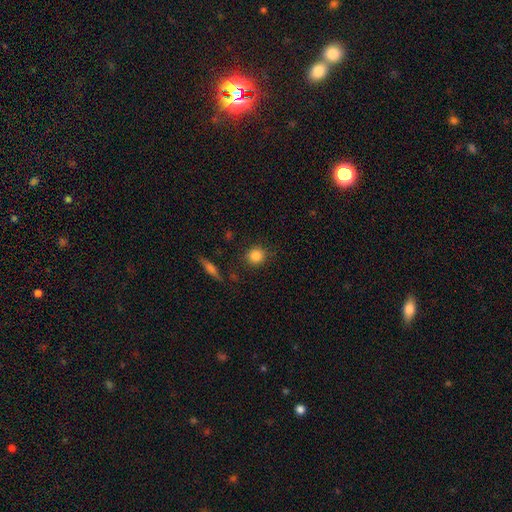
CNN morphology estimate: smooth_or_featured: smooth (p=0.84) [alt: star or artifact p=0.09]
how_rounded: round (p=0.87) [alt: in between p=0.12]
merging: none (p=0.84) [alt: minor disturbance p=0.10]